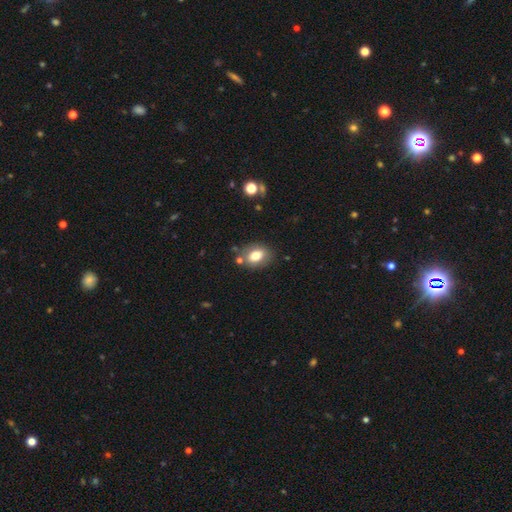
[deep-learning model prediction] A smooth galaxy with no disk features (76%) that is in between round and cigar-shaped (71%).

Vote fractions:
- Smooth or featured? smooth: 76% / featured or disk: 15% / star or artifact: 9%
- How rounded? in between: 71% / round: 28% / cigar-shaped: 1%
- Merging? none: 75% / minor disturbance: 14% / merger: 8% / major disturbance: 4%